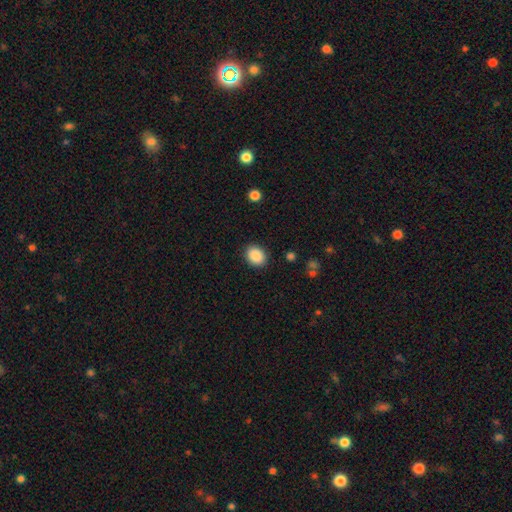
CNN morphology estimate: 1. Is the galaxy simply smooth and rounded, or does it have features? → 89% smooth, 8% star or artifact, 3% featured or disk.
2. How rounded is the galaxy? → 51% round, 48% in between, 1% cigar-shaped.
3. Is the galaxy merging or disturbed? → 89% none, 7% minor disturbance, 2% major disturbance, 1% merger.